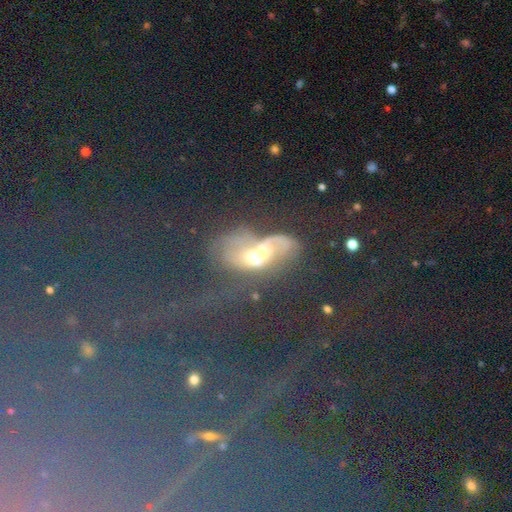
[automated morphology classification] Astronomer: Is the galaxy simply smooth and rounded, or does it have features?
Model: star or artifact — 36% (runner-up: featured or disk, 34%).